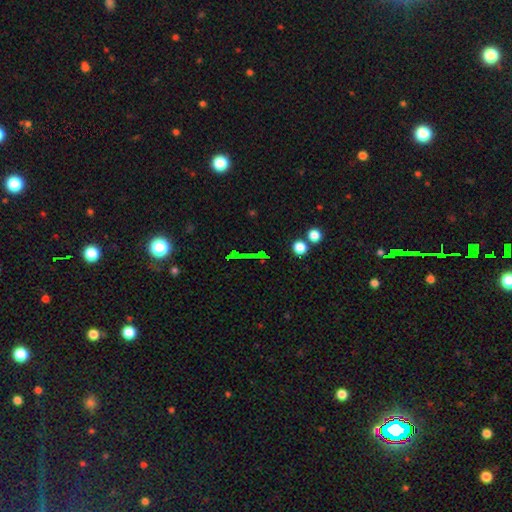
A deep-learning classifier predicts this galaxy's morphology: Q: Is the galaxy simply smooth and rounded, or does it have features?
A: star or artifact — 56%.